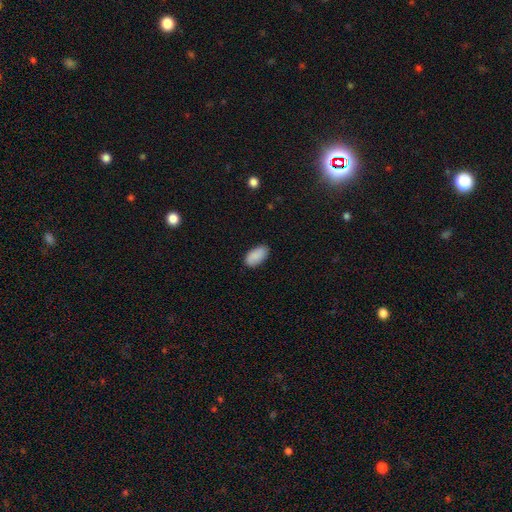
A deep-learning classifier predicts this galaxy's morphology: smooth 89%, star or artifact 7%, featured or disk 4%. Down the decision tree: how rounded — in between (95%); merging — none (85%).